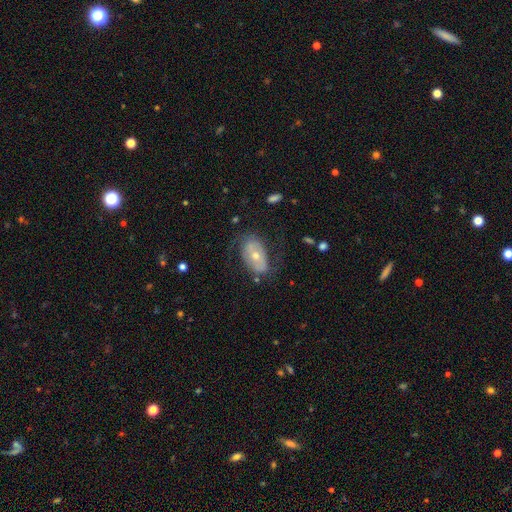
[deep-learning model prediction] Smooth or featured? Predicted: featured or disk (p=0.54). Edge-on disk? Predicted: no (p=0.89). Merging? Predicted: none (p=0.65).